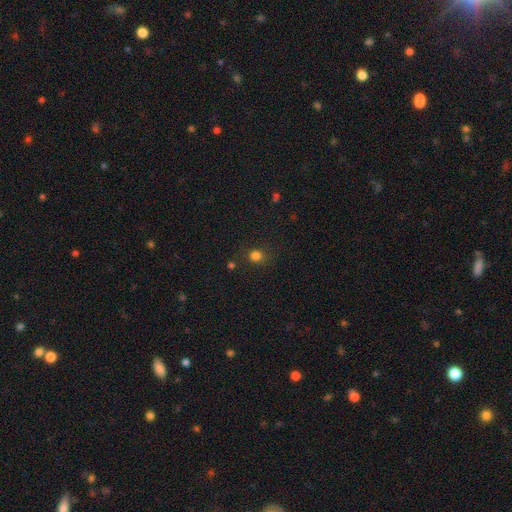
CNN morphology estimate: The model was most divided on "smooth or featured": smooth: 79%, star or artifact: 17%, featured or disk: 4%. More confident: how rounded — round (83%); merging — none (82%).